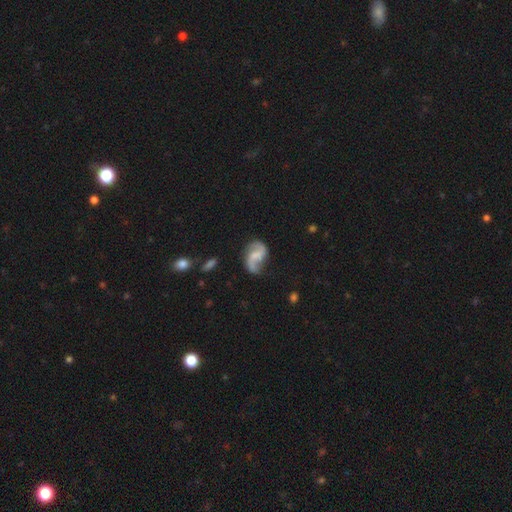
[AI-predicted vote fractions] smooth_or_featured: featured or disk (p=0.81) [alt: smooth p=0.14]
disk_edge_on: no (p=0.98) [alt: yes p=0.02]
bar: weak (p=0.45) [alt: no p=0.42]
has_spiral_arms: yes (p=0.95) [alt: no p=0.05]
spiral_winding: loose (p=0.63) [alt: medium p=0.30]
spiral_arm_count: 2 (p=0.90) [alt: 1 p=0.05]
bulge_size: none (p=0.39) [alt: small p=0.28]
merging: none (p=0.64) [alt: minor disturbance p=0.22]